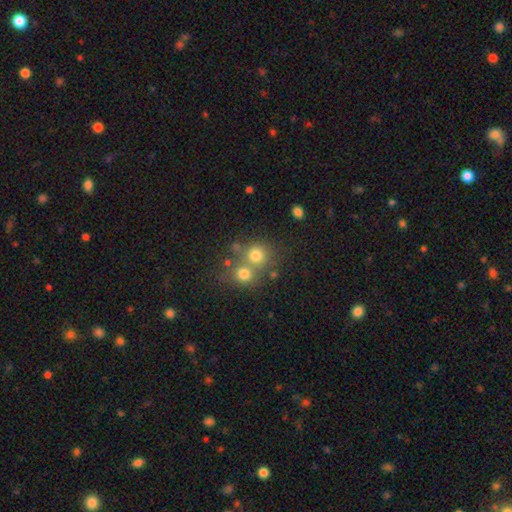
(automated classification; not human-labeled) Smooth or featured: smooth — 73% (star or artifact — 15%)
How rounded: round — 86% (in between — 13%)
Merging: none — 48% (merger — 41%)